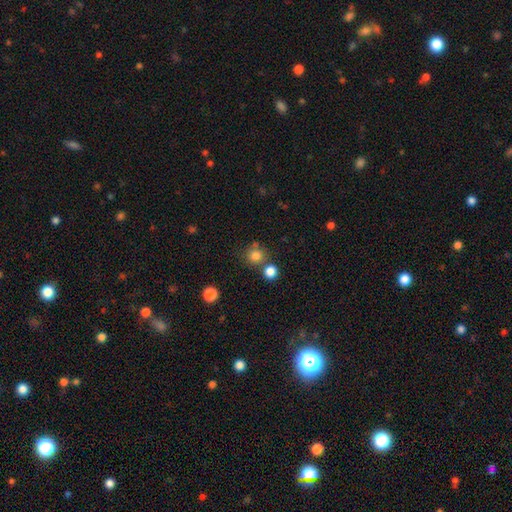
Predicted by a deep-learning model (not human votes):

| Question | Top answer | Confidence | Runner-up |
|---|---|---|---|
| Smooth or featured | smooth | 80% | star or artifact (14%) |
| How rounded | round | 91% | in between (8%) |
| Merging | none | 70% | merger (18%) |